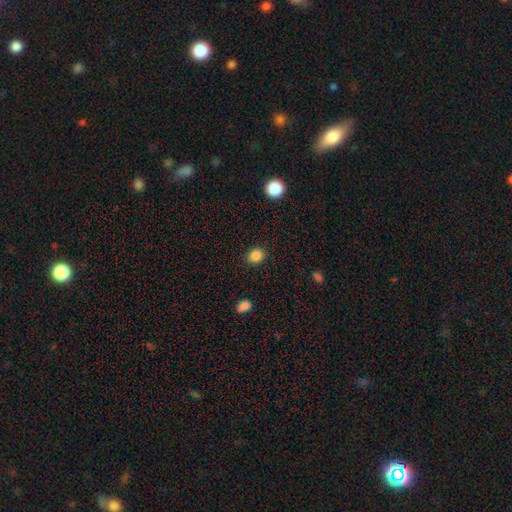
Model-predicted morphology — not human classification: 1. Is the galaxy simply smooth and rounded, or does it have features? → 86% smooth, 11% star or artifact, 4% featured or disk.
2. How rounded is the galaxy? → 78% round, 21% in between, 1% cigar-shaped.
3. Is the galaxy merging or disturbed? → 90% none, 7% minor disturbance, 2% major disturbance, 1% merger.